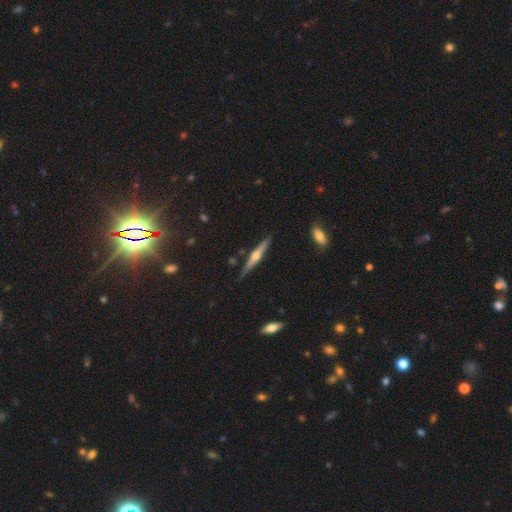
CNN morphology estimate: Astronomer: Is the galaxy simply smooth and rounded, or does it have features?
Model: featured or disk — 69%.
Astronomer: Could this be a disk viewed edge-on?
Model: yes — 97%.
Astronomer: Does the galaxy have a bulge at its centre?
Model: rounded — 90%.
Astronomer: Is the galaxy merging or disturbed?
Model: none — 86%.